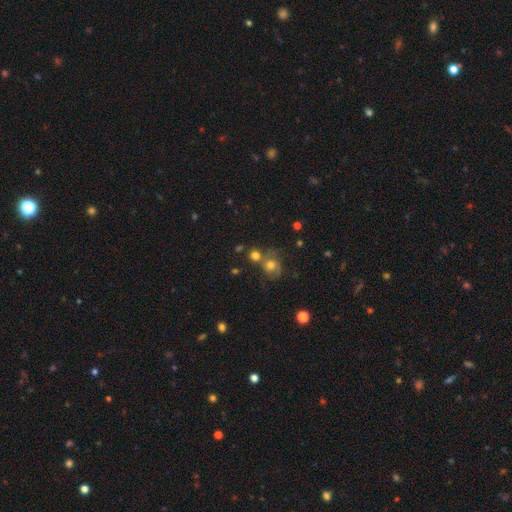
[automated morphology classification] Smooth or featured? Predicted: smooth (p=0.68). How rounded? Predicted: round (p=0.85). Merging? Predicted: none (p=0.56).